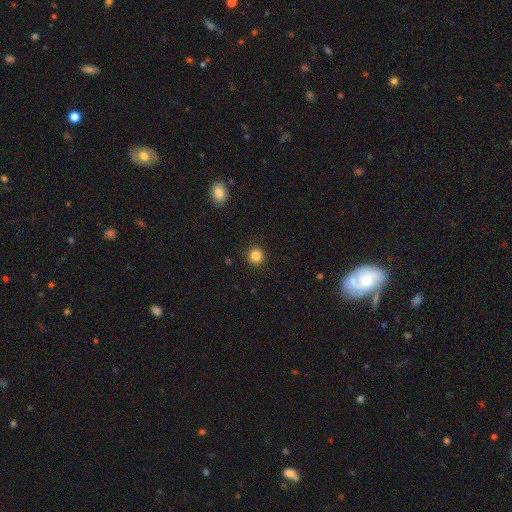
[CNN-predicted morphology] smooth_or_featured: smooth (p=0.85) [alt: star or artifact p=0.11]
how_rounded: round (p=0.94) [alt: in between p=0.05]
merging: none (p=0.91) [alt: minor disturbance p=0.06]